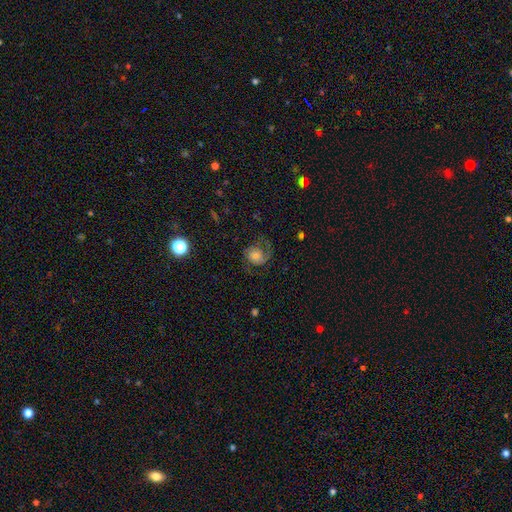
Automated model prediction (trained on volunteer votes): Q: Smooth or featured?
A: featured or disk (65%); runner-up: smooth (25%)
Q: Edge-on disk?
A: no (98%); runner-up: yes (2%)
Q: Bar?
A: no (73%); runner-up: weak (23%)
Q: Spiral arms?
A: yes (92%); runner-up: no (8%)
Q: Spiral winding?
A: medium (46%); runner-up: loose (29%)
Q: Spiral arm count?
A: 2 (65%); runner-up: 1 (25%)
Q: Bulge size?
A: moderate (37%); runner-up: small (28%)
Q: Merging?
A: none (61%); runner-up: major disturbance (19%)